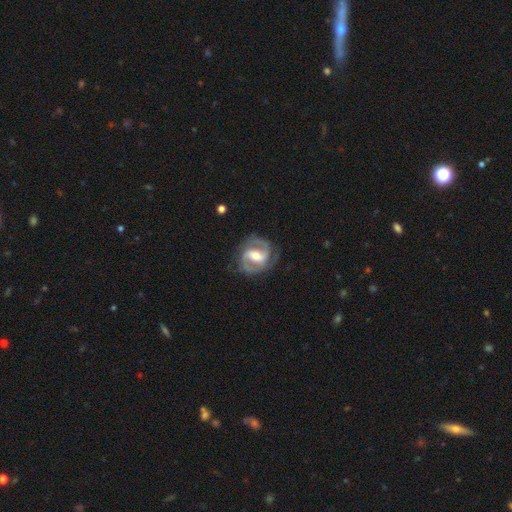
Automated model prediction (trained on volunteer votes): Smooth or featured: featured or disk — 89% (smooth — 7%)
Edge-on disk: no — 98% (yes — 2%)
Bar: strong — 44% (weak — 42%)
Spiral arms: yes — 96% (no — 4%)
Spiral winding: medium — 54% (tight — 34%)
Spiral arm count: 2 — 91% (can't tell — 3%)
Bulge size: moderate — 66% (small — 22%)
Merging: none — 79% (minor disturbance — 14%)